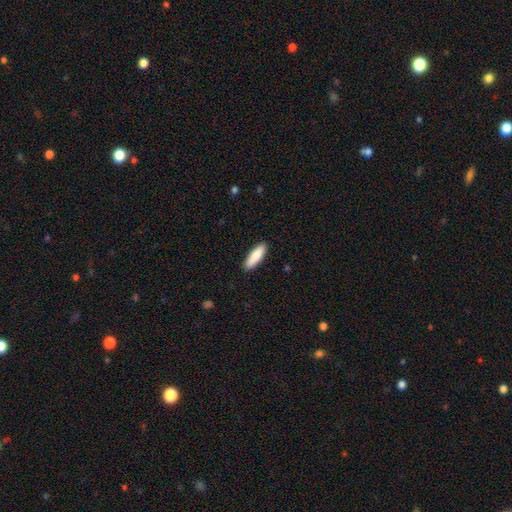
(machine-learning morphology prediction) smooth_or_featured: smooth (p=0.86) [alt: featured or disk p=0.09]
how_rounded: cigar-shaped (p=0.56) [alt: in between p=0.43]
merging: none (p=0.90) [alt: minor disturbance p=0.07]